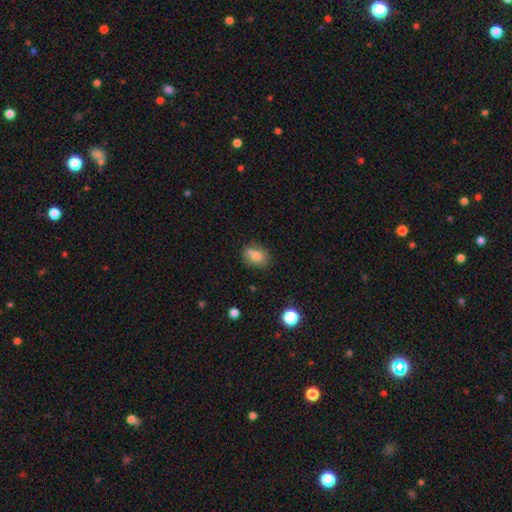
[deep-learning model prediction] Smooth or featured: smooth — 75% (featured or disk — 14%)
How rounded: in between — 51% (round — 48%)
Merging: none — 55% (merger — 23%)